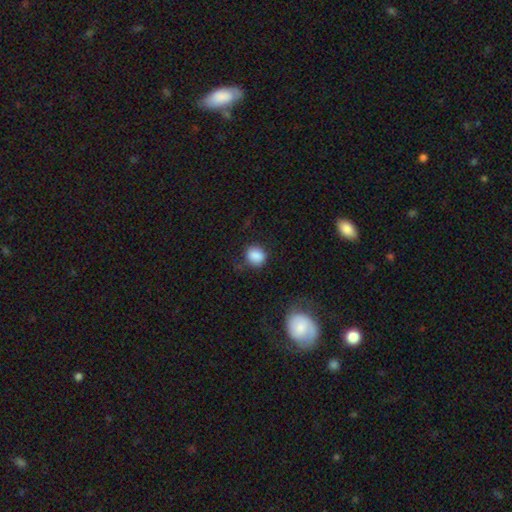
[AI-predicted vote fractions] Overall: smooth (86%). How rounded: round (64%; in between 35%). Merging: none (70%).